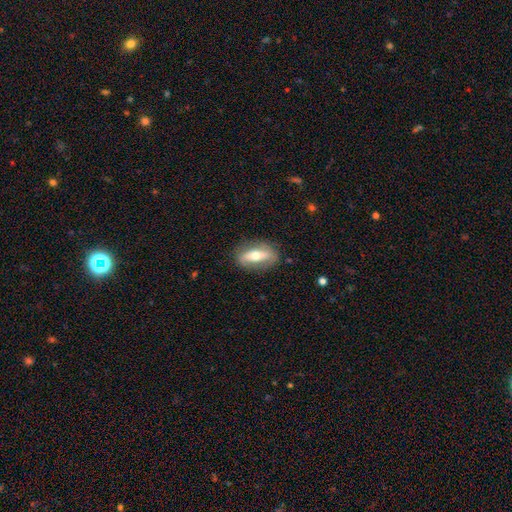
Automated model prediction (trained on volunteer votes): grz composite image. It shows a featured or disk galaxy (47%, tied with smooth). Merging: none (80%).